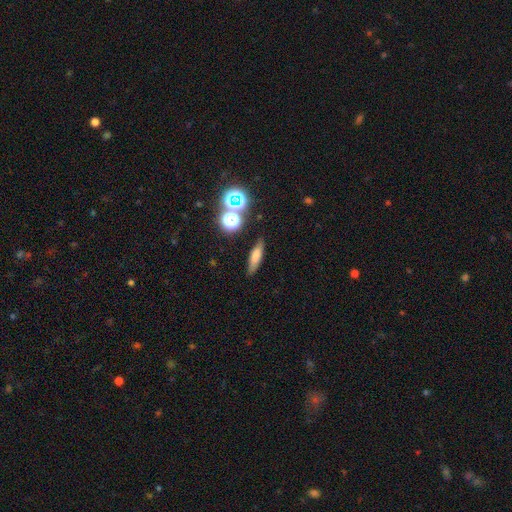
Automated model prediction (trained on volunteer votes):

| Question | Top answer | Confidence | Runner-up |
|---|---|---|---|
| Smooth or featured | smooth | 64% | featured or disk (21%) |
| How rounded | cigar-shaped | 62% | in between (30%) |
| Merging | none | 81% | minor disturbance (11%) |